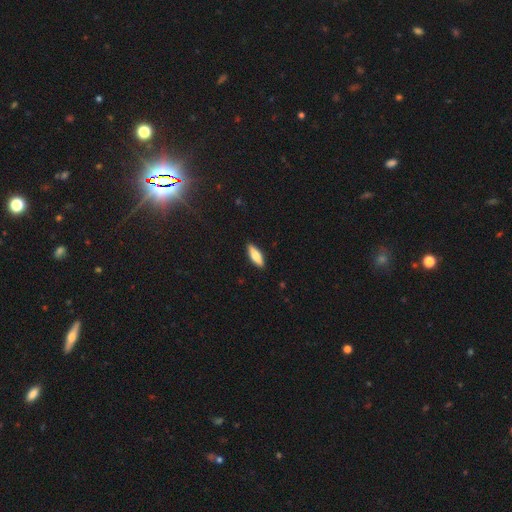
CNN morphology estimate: Smooth or featured: smooth — 72% (featured or disk — 22%)
How rounded: in between — 53% (cigar-shaped — 45%)
Merging: none — 89% (minor disturbance — 8%)